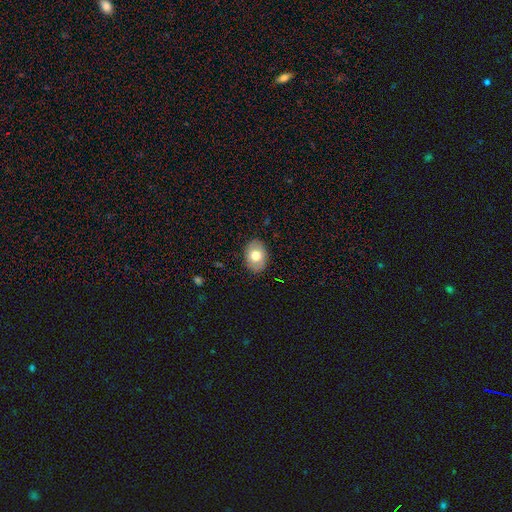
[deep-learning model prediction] The model was most divided on "how rounded": in between: 74%, round: 25%, cigar-shaped: 1%. More confident: merging — none (88%); smooth or featured — smooth (74%).